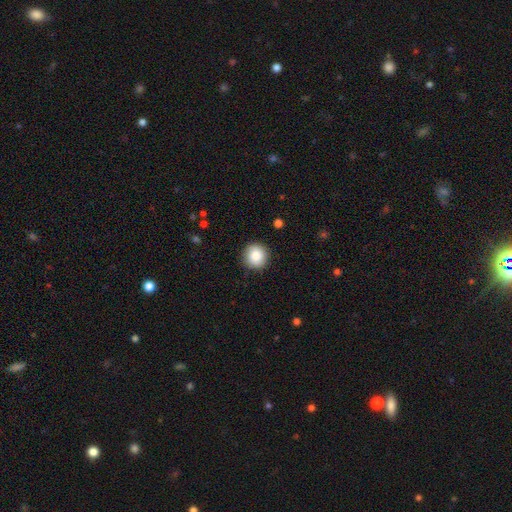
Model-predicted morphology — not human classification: Q: Smooth or featured?
A: smooth (85%); runner-up: star or artifact (8%)
Q: How rounded?
A: round (93%); runner-up: in between (6%)
Q: Merging?
A: none (90%); runner-up: minor disturbance (7%)